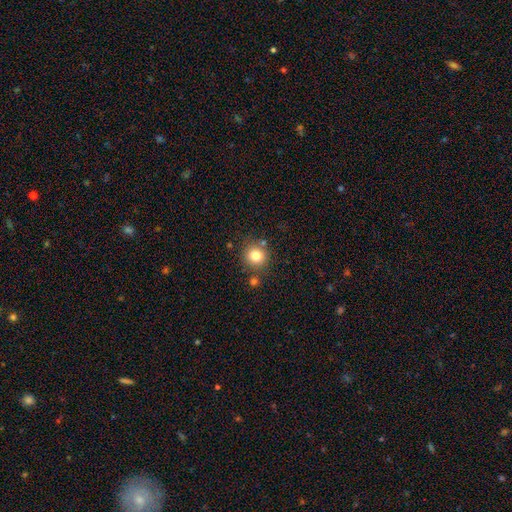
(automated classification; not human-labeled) Smooth or featured? Predicted: smooth (p=0.81). How rounded? Predicted: round (p=0.92). Merging? Predicted: none (p=0.79).